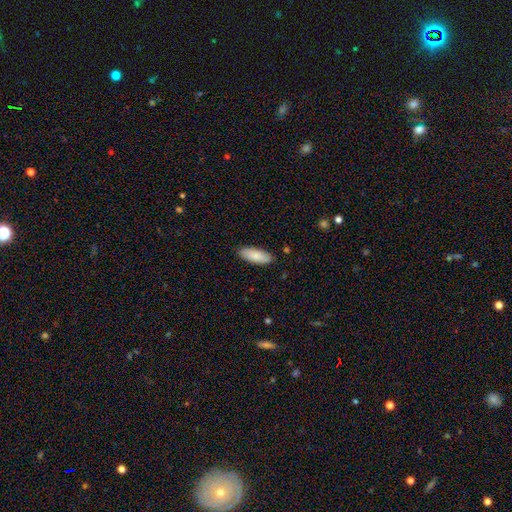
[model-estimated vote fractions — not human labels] Smooth or featured? Predicted: smooth (p=0.85). How rounded? Predicted: in between (p=0.74). Merging? Predicted: none (p=0.87).